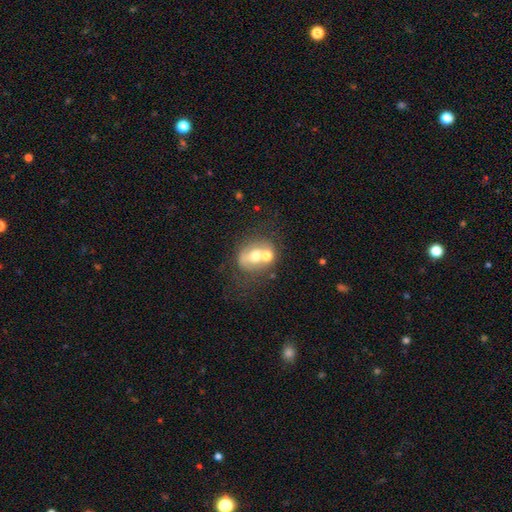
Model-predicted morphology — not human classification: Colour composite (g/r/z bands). It shows a smooth galaxy with no disk features (50%) that is round (56%). Merging: merger (45%).